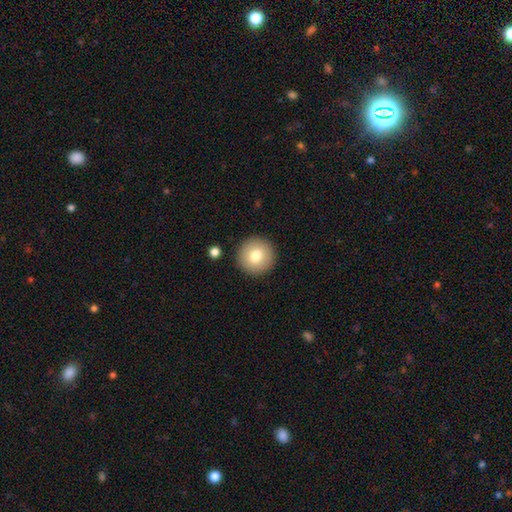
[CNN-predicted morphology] The model was most divided on "smooth or featured": smooth: 78%, featured or disk: 14%, star or artifact: 9%. More confident: how rounded — round (96%); merging — none (91%).